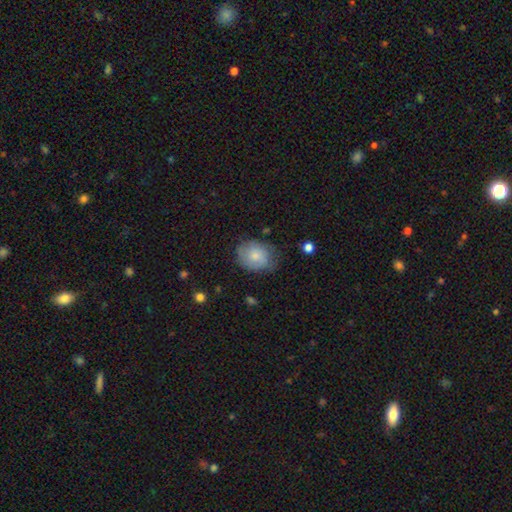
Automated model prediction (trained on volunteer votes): Smooth or featured? Predicted: smooth (p=0.70). How rounded? Predicted: in between (p=0.51). Merging? Predicted: none (p=0.62).